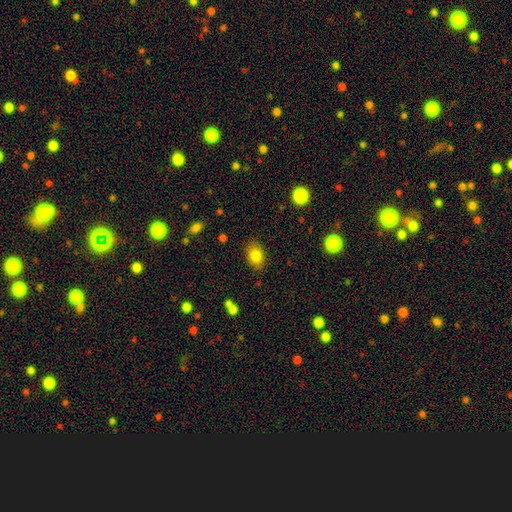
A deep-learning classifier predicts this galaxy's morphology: Smooth or featured?
  - smooth: 83% *
  - star or artifact: 9%
  - featured or disk: 9%
How rounded?
  - in between: 80% *
  - round: 19%
  - cigar-shaped: 1%
Merging?
  - none: 84% *
  - minor disturbance: 11%
  - major disturbance: 3%
  - merger: 2%